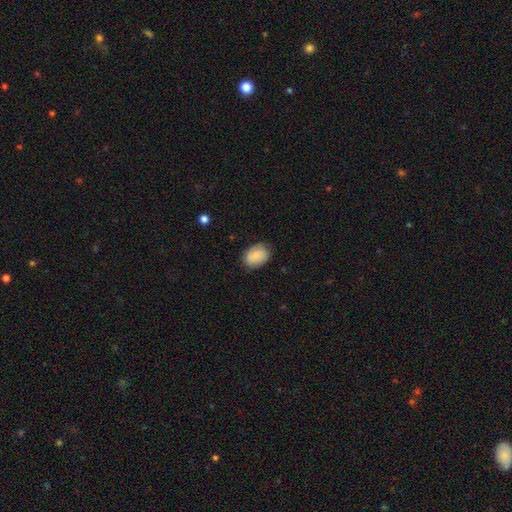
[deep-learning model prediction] A smooth galaxy with no disk features (79%) that is in between round and cigar-shaped (75%). Merging: none (78%).